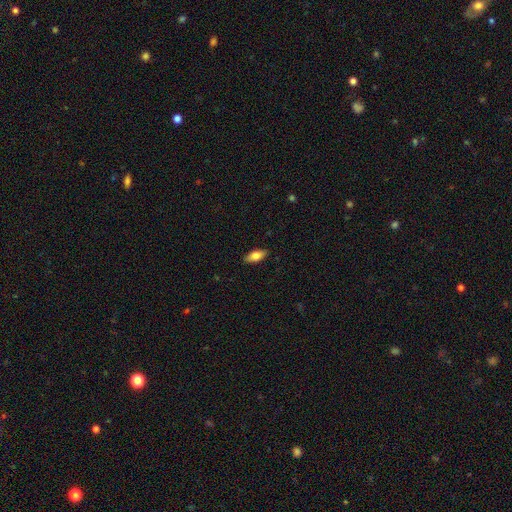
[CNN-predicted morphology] type=smooth (74%); roundness=in between (83%); merging=none (88%).